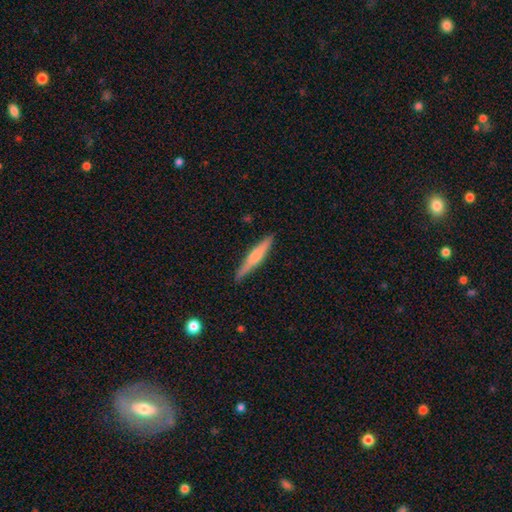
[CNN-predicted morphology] This appears to be a smooth galaxy with no disk features (48%). Merging: none (90%).